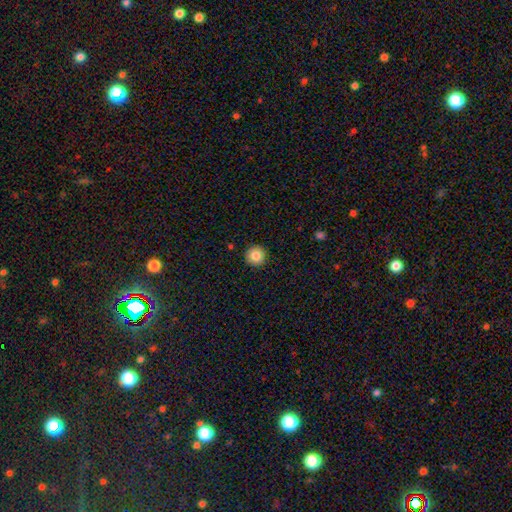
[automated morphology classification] type=smooth (85%); roundness=round (96%); merging=none (93%).